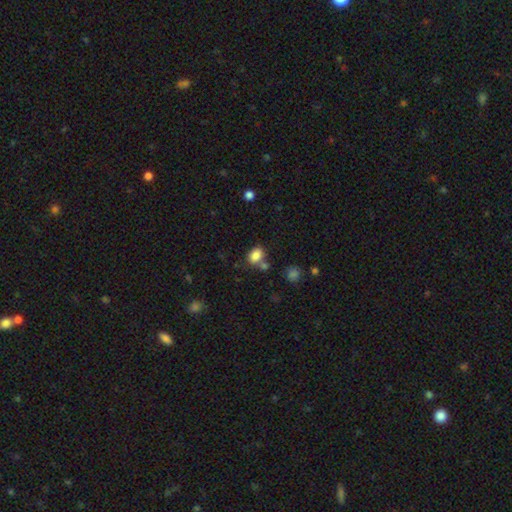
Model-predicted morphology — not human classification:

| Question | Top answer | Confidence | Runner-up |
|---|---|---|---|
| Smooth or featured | smooth | 84% | star or artifact (10%) |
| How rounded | in between | 68% | round (31%) |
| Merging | none | 63% | merger (19%) |